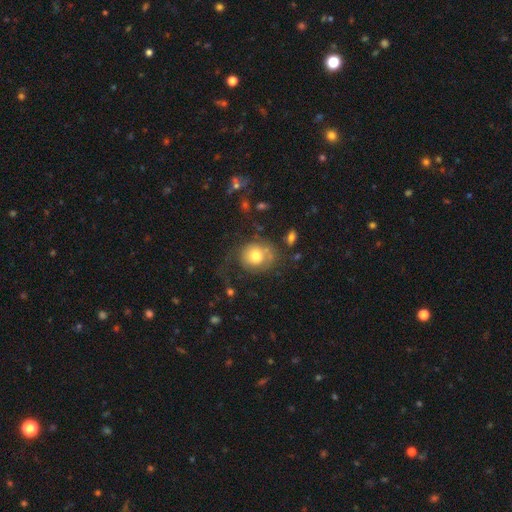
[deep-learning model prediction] Smooth or featured?
  - smooth: 62% *
  - featured or disk: 29%
  - star or artifact: 9%
How rounded?
  - round: 76% *
  - in between: 23%
  - cigar-shaped: 1%
Merging?
  - none: 43% *
  - major disturbance: 31%
  - minor disturbance: 20%
  - merger: 5%